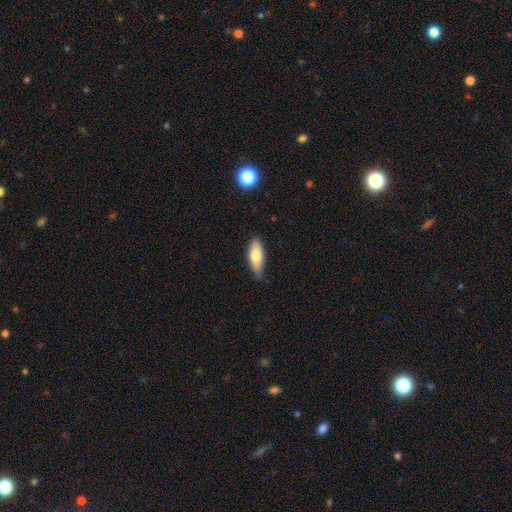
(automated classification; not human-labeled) The model was most divided on "how rounded": in between: 73%, cigar-shaped: 25%, round: 2%. More confident: smooth or featured — smooth (74%); merging — none (74%).